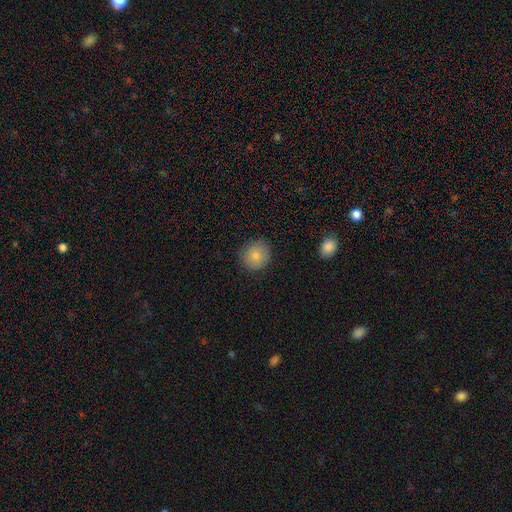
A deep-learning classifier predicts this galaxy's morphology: smooth 82%, featured or disk 9%, star or artifact 9%. Down the decision tree: how rounded — round (88%); merging — none (87%).